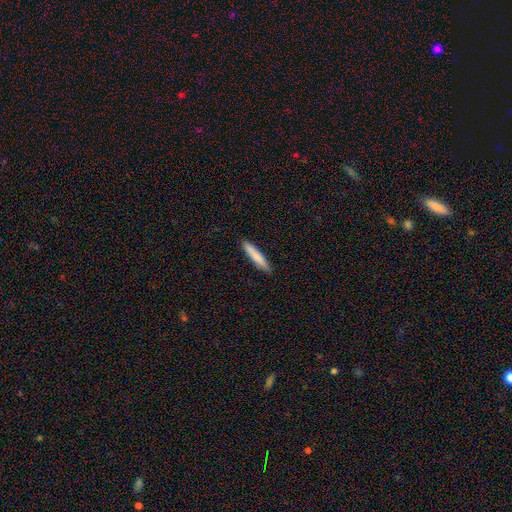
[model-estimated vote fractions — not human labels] Smooth or featured: smooth — 82% (featured or disk — 12%)
How rounded: cigar-shaped — 91% (in between — 8%)
Merging: none — 89% (minor disturbance — 8%)